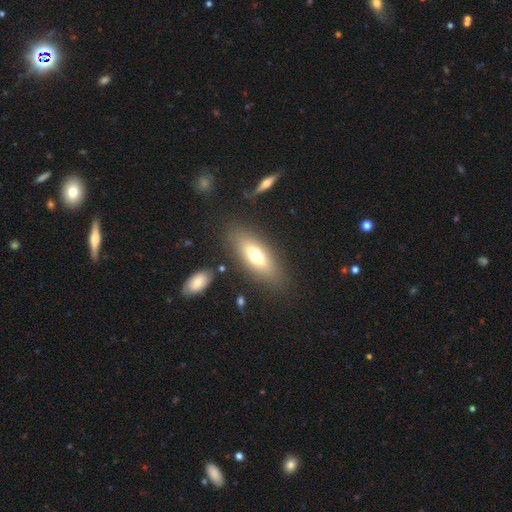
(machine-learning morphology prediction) Smooth or featured? Predicted: smooth (p=0.64). How rounded? Predicted: in between (p=0.68). Merging? Predicted: none (p=0.82).